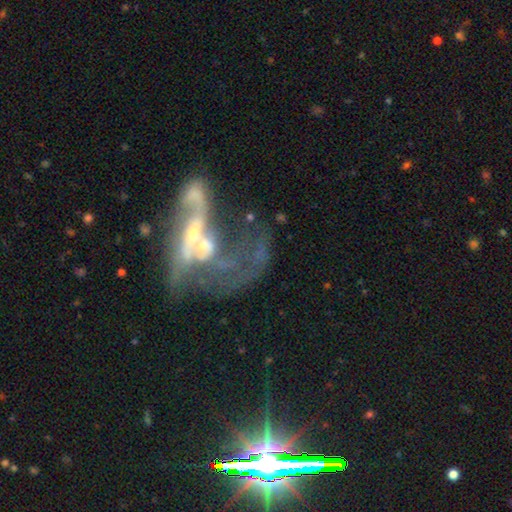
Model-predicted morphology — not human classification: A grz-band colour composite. It shows a featured or disk galaxy (74%) with no bar (61%), spiral arms (62%) and a moderate central bulge (39%). Merging: merger (60%).